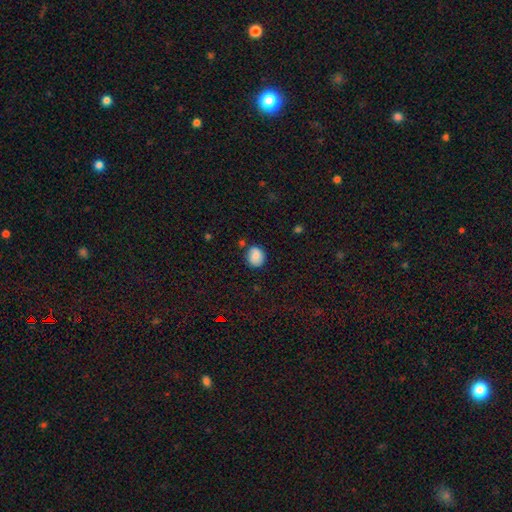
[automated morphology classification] Smooth or featured?
  - smooth: 79% *
  - featured or disk: 11%
  - star or artifact: 9%
How rounded?
  - round: 76% *
  - in between: 23%
  - cigar-shaped: 1%
Merging?
  - none: 76% *
  - minor disturbance: 16%
  - merger: 5%
  - major disturbance: 3%